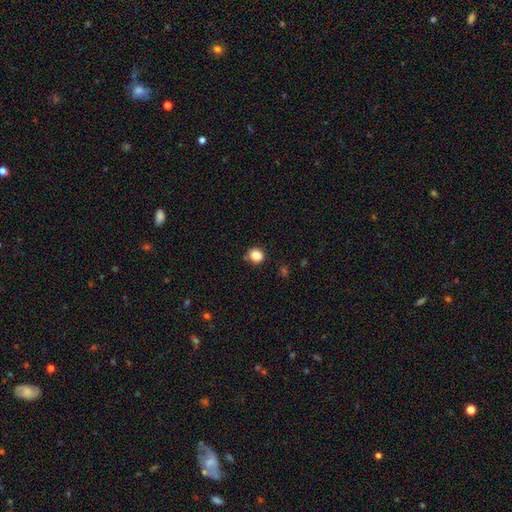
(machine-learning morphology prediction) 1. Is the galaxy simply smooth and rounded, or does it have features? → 86% smooth, 10% star or artifact, 4% featured or disk.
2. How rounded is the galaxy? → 80% round, 19% in between, 1% cigar-shaped.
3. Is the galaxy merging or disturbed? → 84% none, 11% minor disturbance, 3% major disturbance, 2% merger.